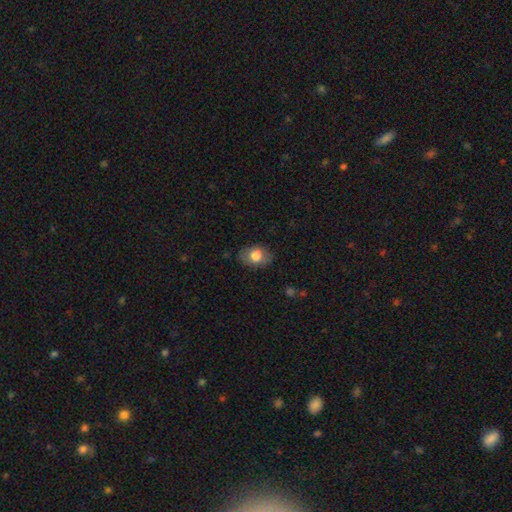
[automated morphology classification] Smooth or featured? Predicted: smooth (p=0.74). How rounded? Predicted: in between (p=0.77). Merging? Predicted: none (p=0.78).